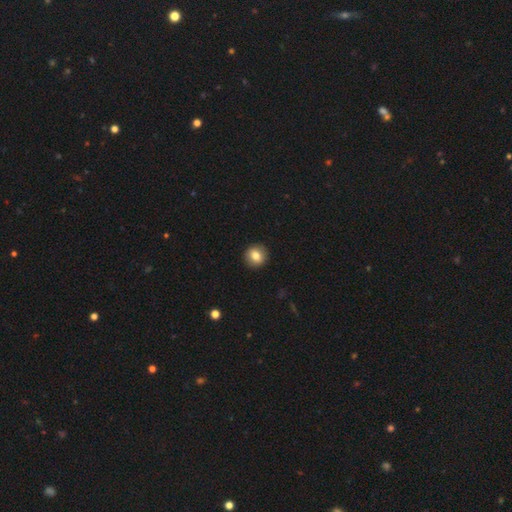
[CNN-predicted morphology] A smooth galaxy with no disk features (79%) that is round (87%). Merging: none (91%).